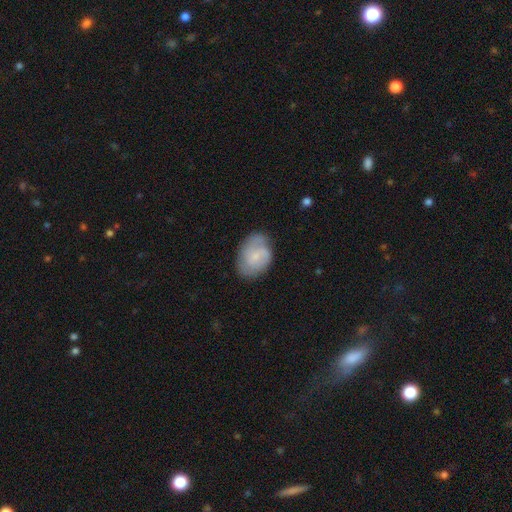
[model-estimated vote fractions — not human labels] featured or disk 48%, smooth 46%, star or artifact 7%. Down the decision tree: merging — none (62%).